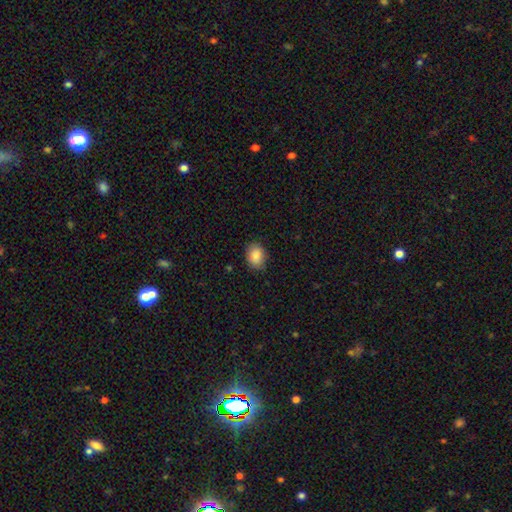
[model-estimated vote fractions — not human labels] smooth_or_featured: smooth (p=0.87) [alt: star or artifact p=0.08]
how_rounded: in between (p=0.65) [alt: round p=0.34]
merging: none (p=0.84) [alt: minor disturbance p=0.13]